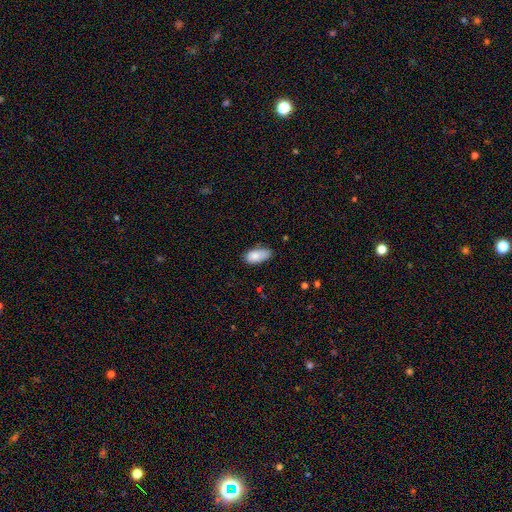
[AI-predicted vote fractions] smooth_or_featured: smooth (p=0.84) [alt: featured or disk p=0.09]
how_rounded: in between (p=0.92) [alt: cigar-shaped p=0.06]
merging: none (p=0.57) [alt: minor disturbance p=0.33]